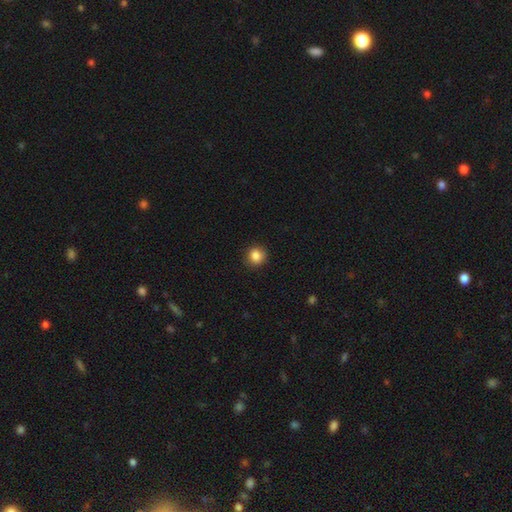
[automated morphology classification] Smooth or featured: smooth — 85% (star or artifact — 10%)
How rounded: round — 83% (in between — 16%)
Merging: none — 89% (minor disturbance — 8%)